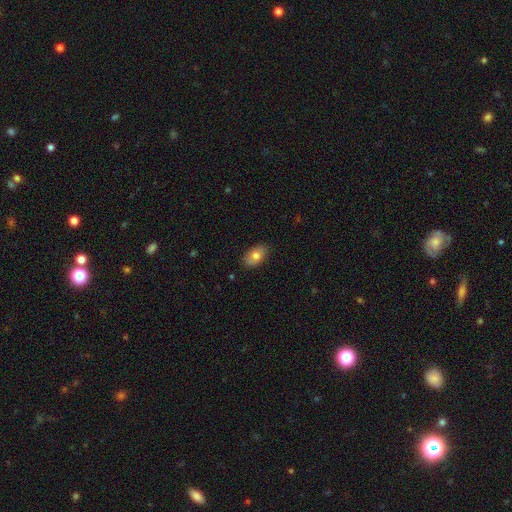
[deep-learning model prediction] Smooth or featured: smooth — 77% (featured or disk — 16%)
How rounded: in between — 91% (round — 7%)
Merging: none — 86% (minor disturbance — 11%)